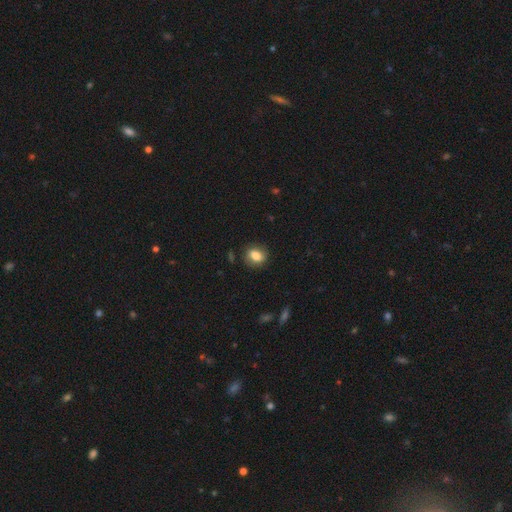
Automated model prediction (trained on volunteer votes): A smooth galaxy with no disk features (82%) that is in between round and cigar-shaped (57%). Merging: none (81%).